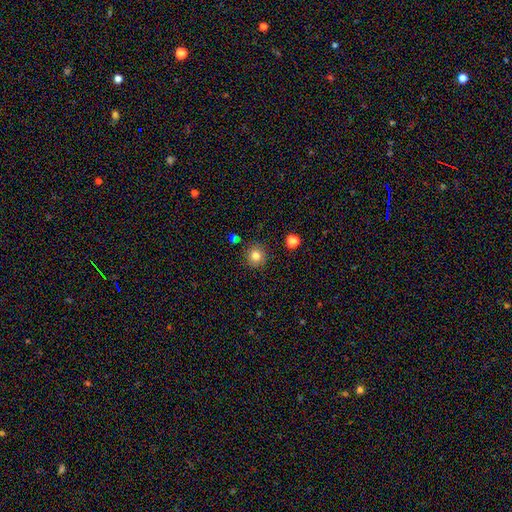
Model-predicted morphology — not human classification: Smooth or featured? Predicted: smooth (p=0.81). How rounded? Predicted: round (p=0.91). Merging? Predicted: none (p=0.86).